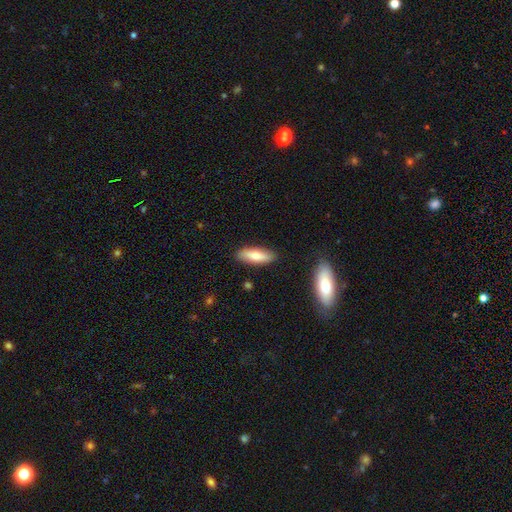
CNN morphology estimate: A smooth galaxy with no disk features (72%) that is in between round and cigar-shaped (57%). Merging: none (86%).